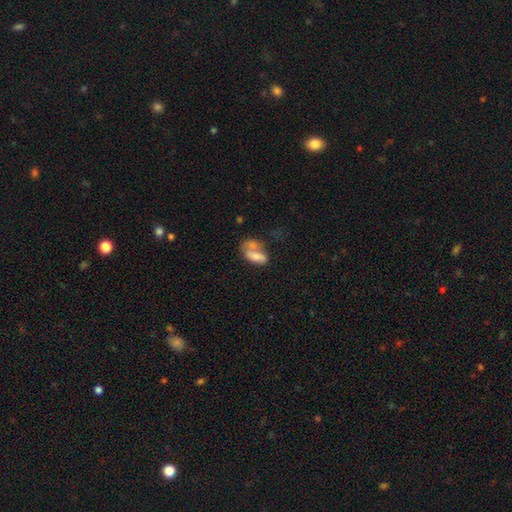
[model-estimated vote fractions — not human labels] A smooth galaxy with no disk features (60%) that is in between round and cigar-shaped (87%).

Vote fractions:
- Smooth or featured? smooth: 60% / featured or disk: 31% / star or artifact: 9%
- How rounded? in between: 87% / cigar-shaped: 7% / round: 6%
- Merging? merger: 41% / major disturbance: 22% / none: 21% / minor disturbance: 16%